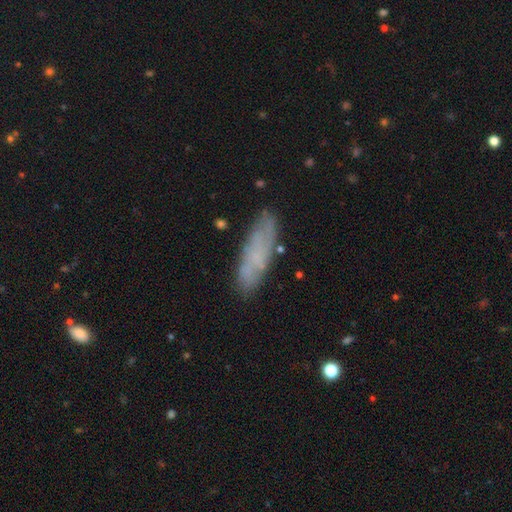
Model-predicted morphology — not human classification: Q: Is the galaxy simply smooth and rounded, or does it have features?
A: smooth — 55%.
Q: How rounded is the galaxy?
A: cigar-shaped — 58%.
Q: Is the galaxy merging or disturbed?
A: none — 78%.